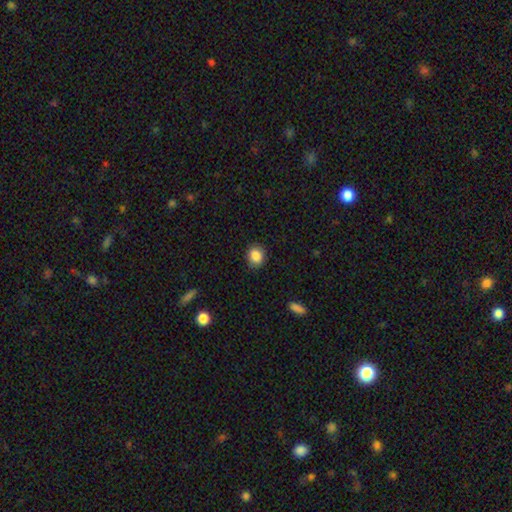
Volunteers were most divided on "how rounded": round: 71%, in between: 29%, cigar-shaped: 0%. More confident: smooth or featured — smooth (92%); merging — none (89%).